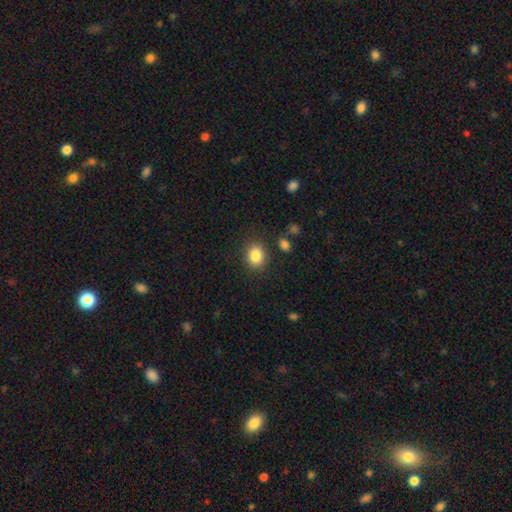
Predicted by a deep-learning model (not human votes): This appears to be a smooth galaxy with no disk features (85%) that is round (59%). Merging: none (85%).